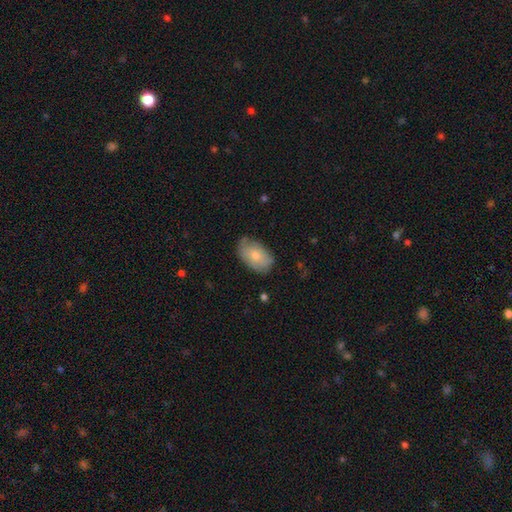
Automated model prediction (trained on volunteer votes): Smooth or featured?
  - smooth: 75% *
  - featured or disk: 19%
  - star or artifact: 6%
How rounded?
  - in between: 92% *
  - round: 7%
  - cigar-shaped: 1%
Merging?
  - none: 69% *
  - minor disturbance: 25%
  - major disturbance: 5%
  - merger: 1%